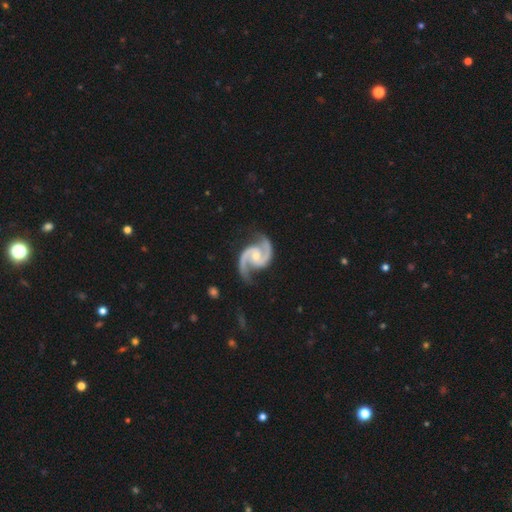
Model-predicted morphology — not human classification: smooth_or_featured: featured or disk (p=0.95) [alt: star or artifact p=0.03]
disk_edge_on: no (p=0.99) [alt: yes p=0.01]
bar: no (p=0.54) [alt: weak p=0.35]
has_spiral_arms: yes (p=0.99) [alt: no p=0.01]
spiral_winding: medium (p=0.66) [alt: tight p=0.18]
spiral_arm_count: 2 (p=0.95) [alt: 3 p=0.01]
bulge_size: small (p=0.48) [alt: moderate p=0.45]
merging: none (p=0.79) [alt: minor disturbance p=0.15]